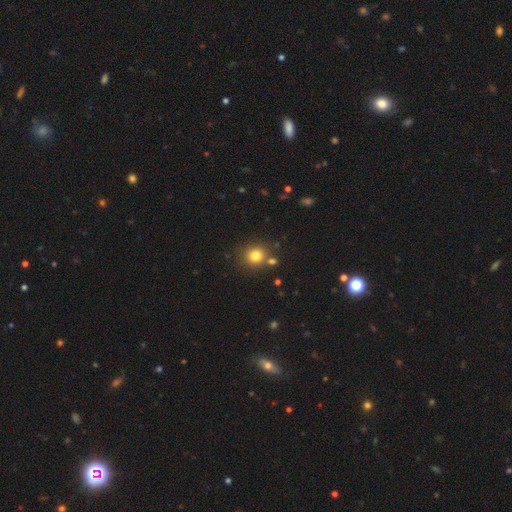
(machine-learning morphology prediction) smooth-or-featured: smooth: 79% | star or artifact: 14% | featured or disk: 7%
  how-rounded: round: 88% | in between: 11% | cigar-shaped: 1%
  merging: none: 77% | merger: 11% | minor disturbance: 9% | major disturbance: 3%